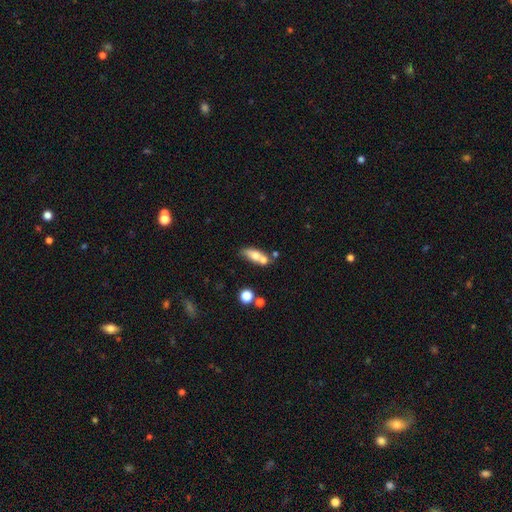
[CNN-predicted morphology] type=smooth (67%); roundness=in between (70%); merging=none (43%).